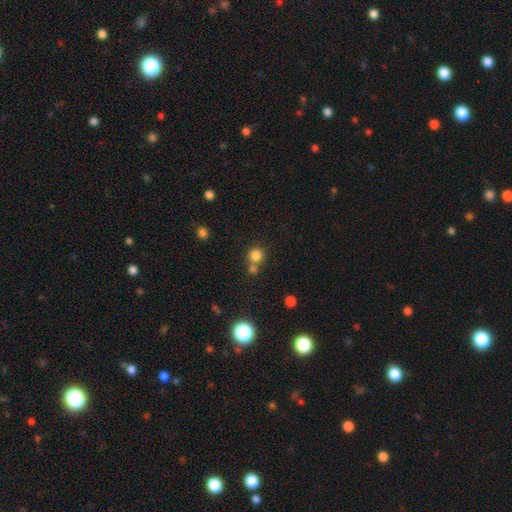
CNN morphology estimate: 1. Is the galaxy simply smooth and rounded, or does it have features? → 79% smooth, 15% star or artifact, 6% featured or disk.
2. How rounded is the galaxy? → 90% round, 9% in between, 1% cigar-shaped.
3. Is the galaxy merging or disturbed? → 55% none, 35% merger, 7% minor disturbance, 3% major disturbance.